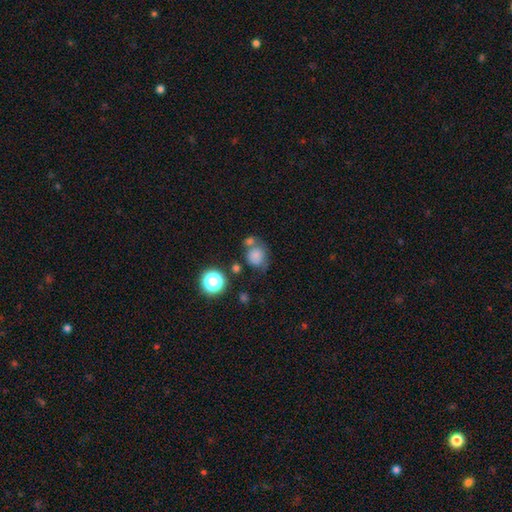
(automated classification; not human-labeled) A smooth galaxy with no disk features (77%) that is round (76%). Merging: none (48%).